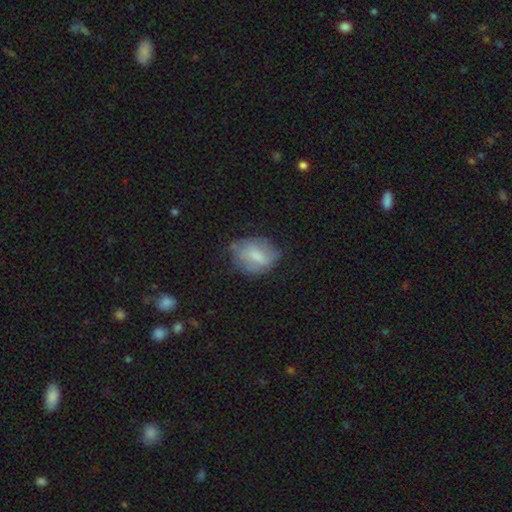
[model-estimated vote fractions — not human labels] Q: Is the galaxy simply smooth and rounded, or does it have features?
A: smooth — 63%.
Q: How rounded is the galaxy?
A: in between — 65%.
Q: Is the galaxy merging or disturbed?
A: none — 54%.